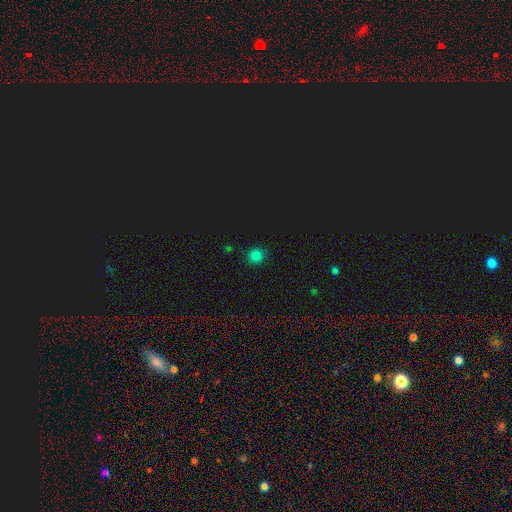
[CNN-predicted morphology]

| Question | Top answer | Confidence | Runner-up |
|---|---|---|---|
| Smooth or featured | smooth | 75% | star or artifact (20%) |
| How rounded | round | 89% | in between (9%) |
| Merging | none | 84% | minor disturbance (11%) |